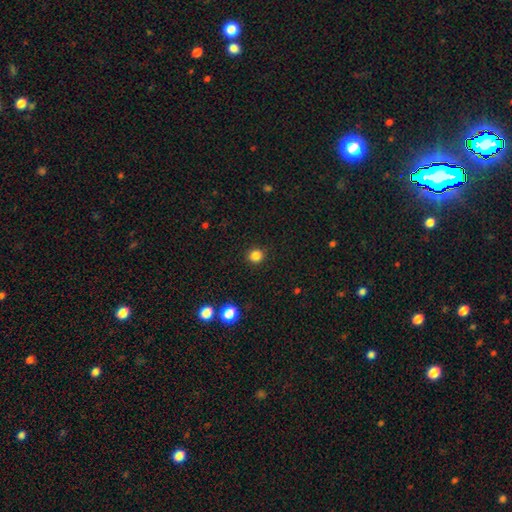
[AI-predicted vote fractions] Q: Smooth or featured?
A: smooth (84%); runner-up: star or artifact (12%)
Q: How rounded?
A: round (89%); runner-up: in between (10%)
Q: Merging?
A: none (91%); runner-up: minor disturbance (6%)